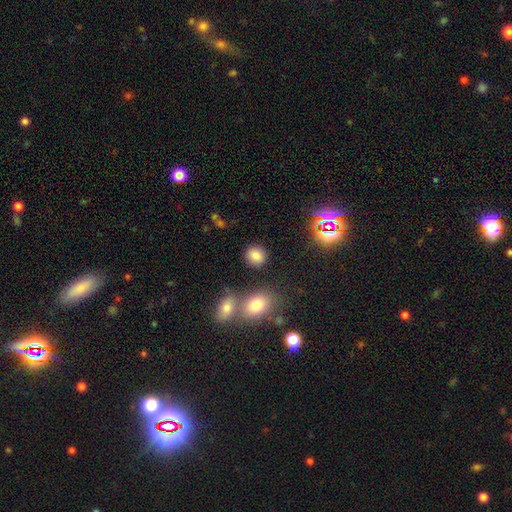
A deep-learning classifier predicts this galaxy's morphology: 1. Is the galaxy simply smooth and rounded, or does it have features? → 82% smooth, 13% star or artifact, 6% featured or disk.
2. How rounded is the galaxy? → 78% round, 21% in between, 1% cigar-shaped.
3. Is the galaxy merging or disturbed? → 85% none, 7% minor disturbance, 5% merger, 3% major disturbance.